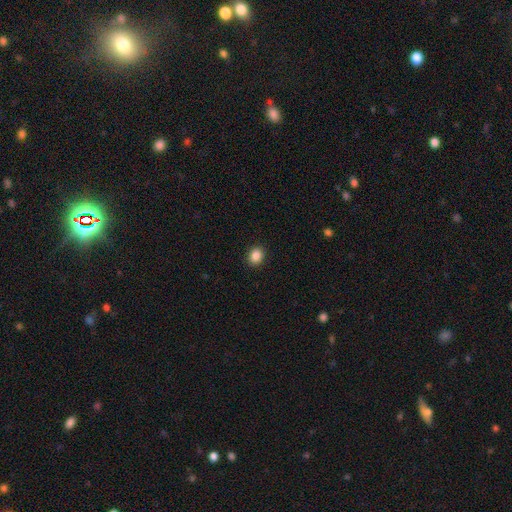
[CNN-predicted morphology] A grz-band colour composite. It shows a smooth galaxy with no disk features (88%) that is round (50%). Merging: none (91%).